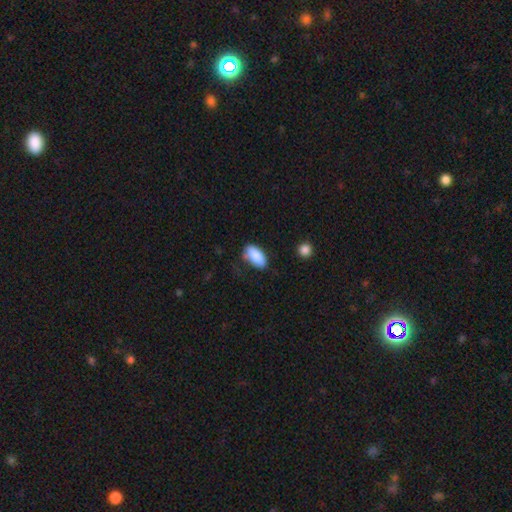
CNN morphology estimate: A smooth galaxy with no disk features (87%) that is in between round and cigar-shaped (92%). Merging: none (60%).